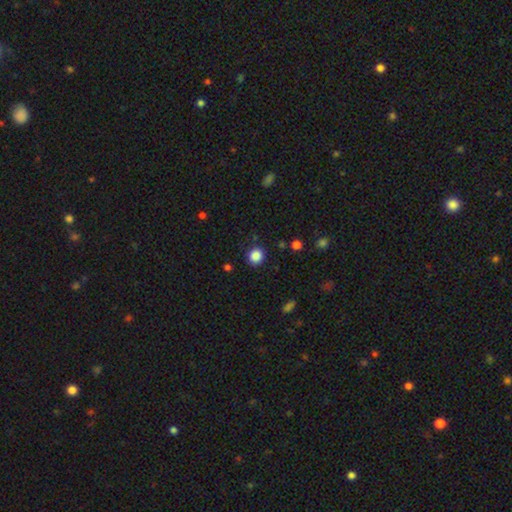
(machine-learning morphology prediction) Overall: smooth (86%). How rounded: round (88%). Merging: none (89%).